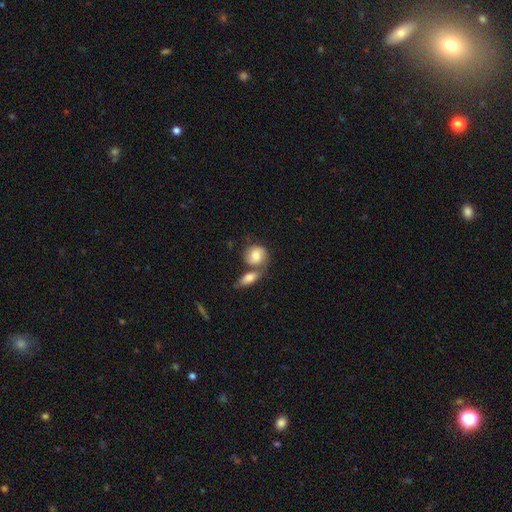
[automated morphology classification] type=smooth (68%); roundness=round (61%); merging=merger (46%).